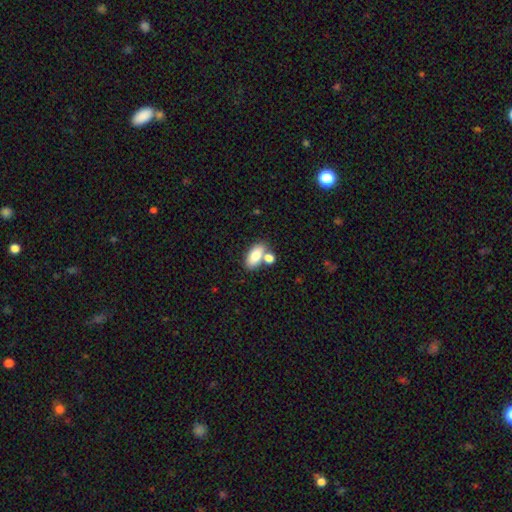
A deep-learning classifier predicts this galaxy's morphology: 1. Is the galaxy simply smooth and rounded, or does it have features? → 81% smooth, 11% featured or disk, 7% star or artifact.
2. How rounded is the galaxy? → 90% in between, 5% round, 5% cigar-shaped.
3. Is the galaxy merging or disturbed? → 53% none, 32% merger, 11% minor disturbance, 4% major disturbance.